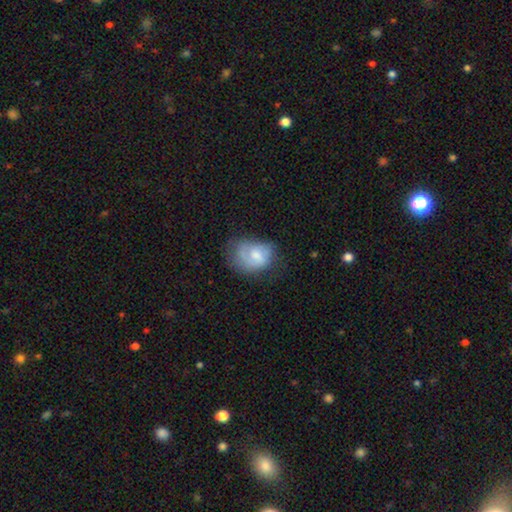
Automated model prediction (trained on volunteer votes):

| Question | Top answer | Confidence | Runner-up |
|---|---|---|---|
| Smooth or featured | smooth | 57% | featured or disk (35%) |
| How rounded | in between | 67% | round (32%) |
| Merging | none | 37% | minor disturbance (32%) |